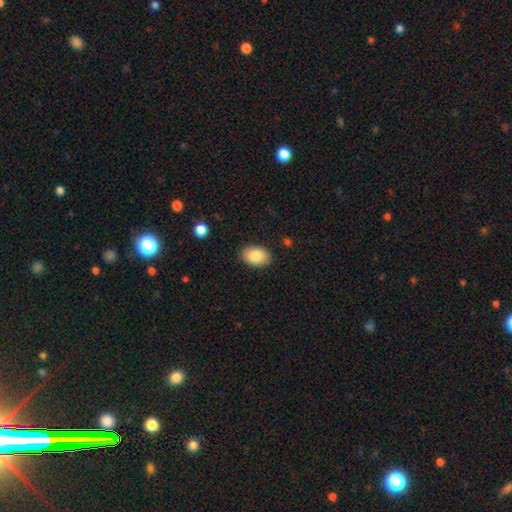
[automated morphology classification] Smooth or featured? Predicted: smooth (p=0.86). How rounded? Predicted: in between (p=0.87). Merging? Predicted: none (p=0.88).